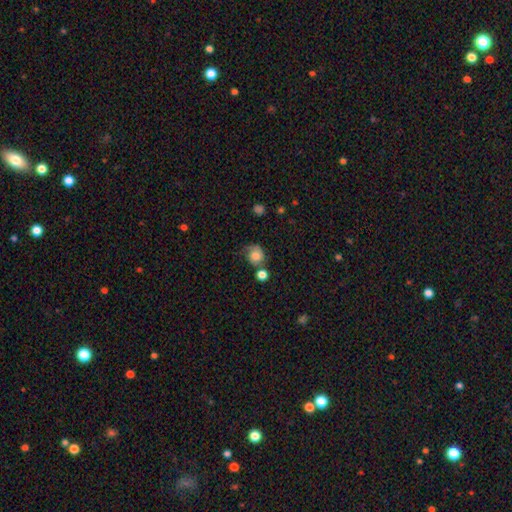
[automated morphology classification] smooth_or_featured: smooth (p=0.67) [alt: featured or disk p=0.23]
how_rounded: round (p=0.77) [alt: in between p=0.22]
merging: none (p=0.43) [alt: minor disturbance p=0.26]